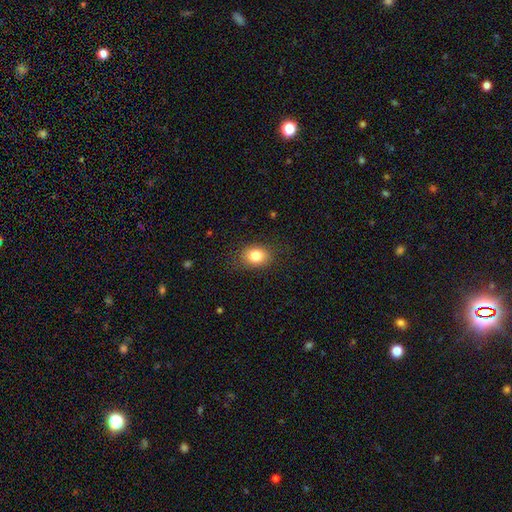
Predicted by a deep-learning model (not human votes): Smooth or featured? smooth (83%)
How rounded? in between (58%)
Merging? none (83%)